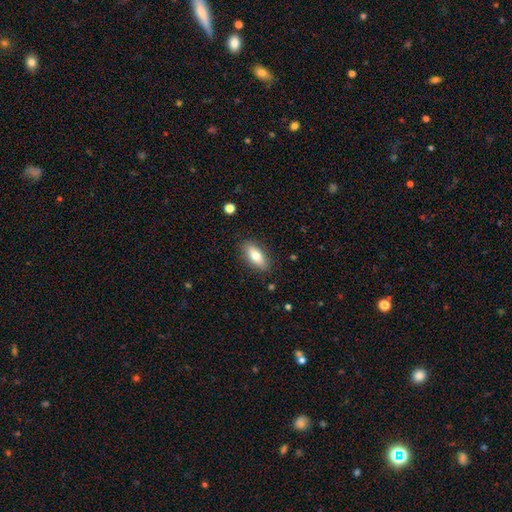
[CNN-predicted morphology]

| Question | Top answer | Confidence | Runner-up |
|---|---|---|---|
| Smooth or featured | smooth | 75% | featured or disk (18%) |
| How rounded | in between | 83% | cigar-shaped (14%) |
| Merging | none | 86% | minor disturbance (11%) |